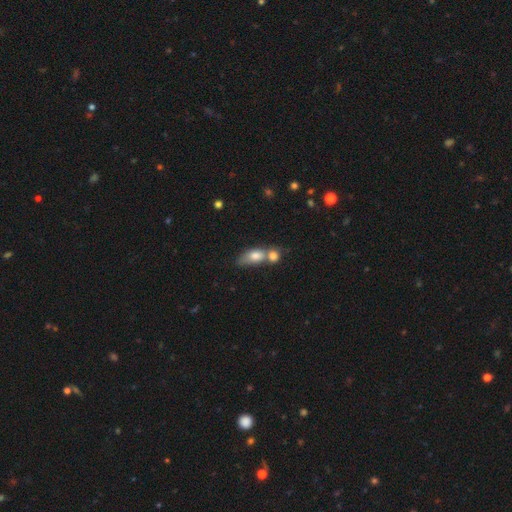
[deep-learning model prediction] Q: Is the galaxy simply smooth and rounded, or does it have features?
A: smooth — 76%.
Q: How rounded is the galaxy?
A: in between — 74%.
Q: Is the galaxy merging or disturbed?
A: merger — 64%.